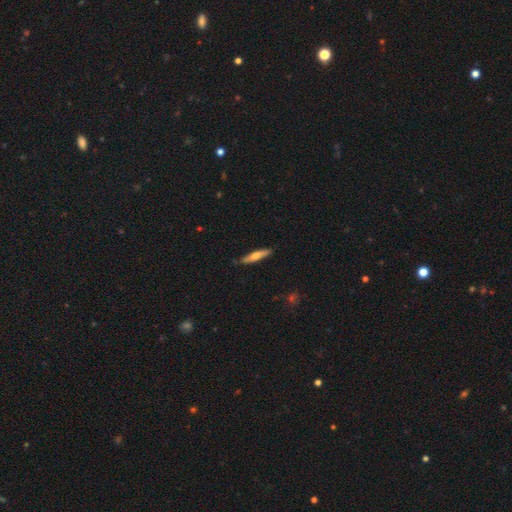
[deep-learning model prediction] A smooth galaxy with no disk features (59%) that is cigar-shaped (86%). Merging: none (84%).